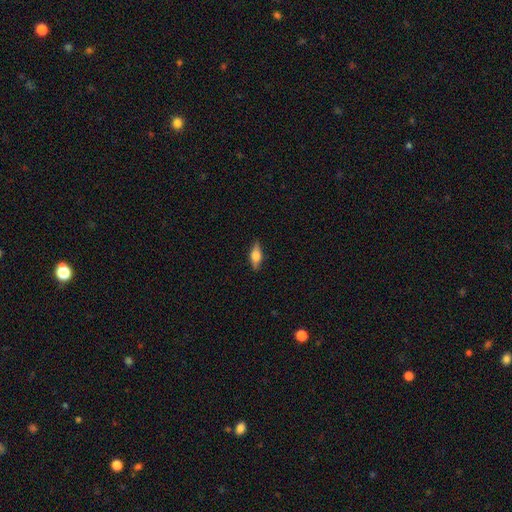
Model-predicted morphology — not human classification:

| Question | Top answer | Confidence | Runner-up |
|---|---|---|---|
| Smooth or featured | smooth | 52% | featured or disk (41%) |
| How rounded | in between | 65% | cigar-shaped (31%) |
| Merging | none | 87% | minor disturbance (10%) |